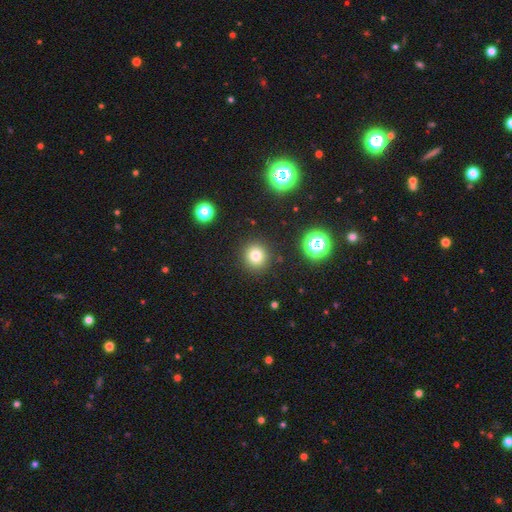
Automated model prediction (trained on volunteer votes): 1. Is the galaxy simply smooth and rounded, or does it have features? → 77% smooth, 16% star or artifact, 7% featured or disk.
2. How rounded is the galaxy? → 90% round, 10% in between, 1% cigar-shaped.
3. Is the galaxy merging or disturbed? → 90% none, 6% minor disturbance, 2% major disturbance, 2% merger.